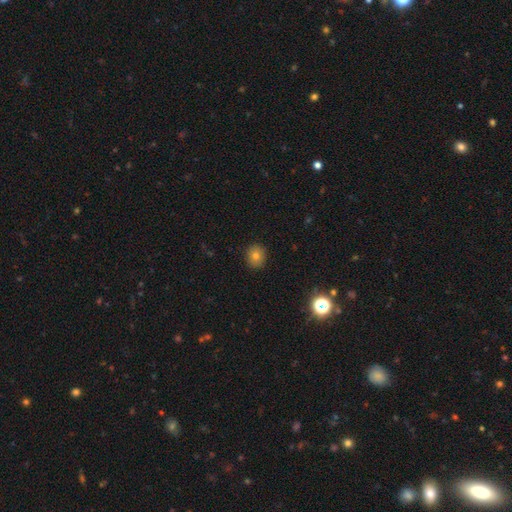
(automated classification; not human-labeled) Smooth or featured? Predicted: smooth (p=0.77). How rounded? Predicted: round (p=0.77). Merging? Predicted: none (p=0.89).